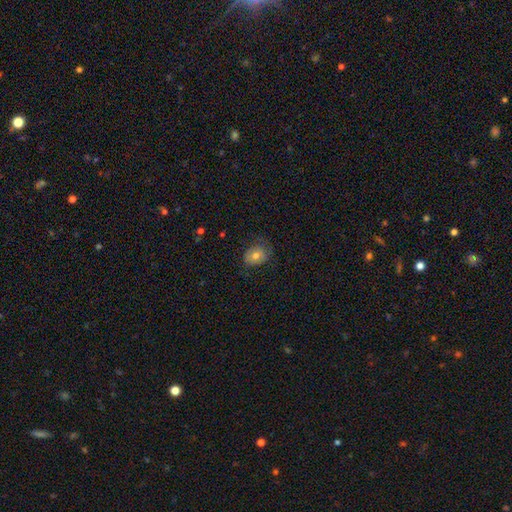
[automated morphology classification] This is likely a smooth galaxy (72%). How rounded: possibly in between (50%). Merging: likely none (69%).